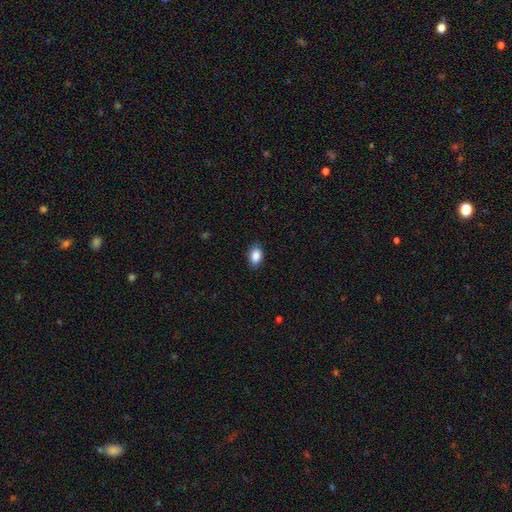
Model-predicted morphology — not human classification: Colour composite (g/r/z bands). It shows a smooth galaxy with no disk features (88%) that is in between round and cigar-shaped (87%). Merging: none (87%).